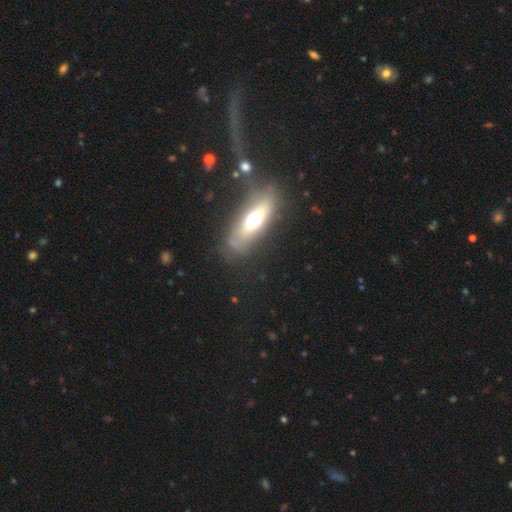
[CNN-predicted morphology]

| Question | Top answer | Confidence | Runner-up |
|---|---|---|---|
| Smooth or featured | featured or disk | 48% | smooth (40%) |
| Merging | none | 58% | major disturbance (17%) |